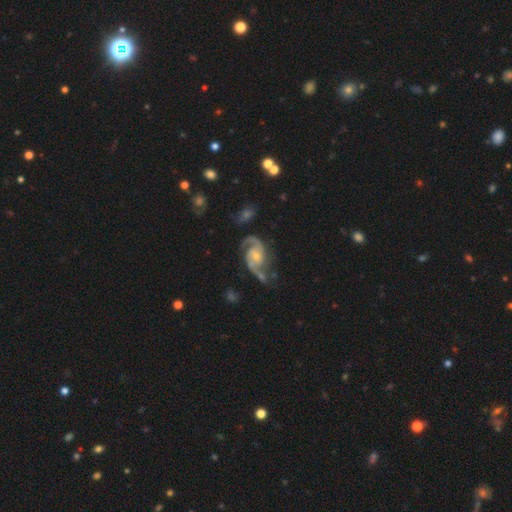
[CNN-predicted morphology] This is clearly a featured or disk galaxy (91%). It is clearly not viewed edge-on (98%). Bar: possibly no (57%). Spiral arm pattern: clearly yes (98%). Spiral arm count: clearly 2 (91%). Spiral winding: possibly medium (55%). Central bulge: possibly small (57%). Merging: possibly none (57%).